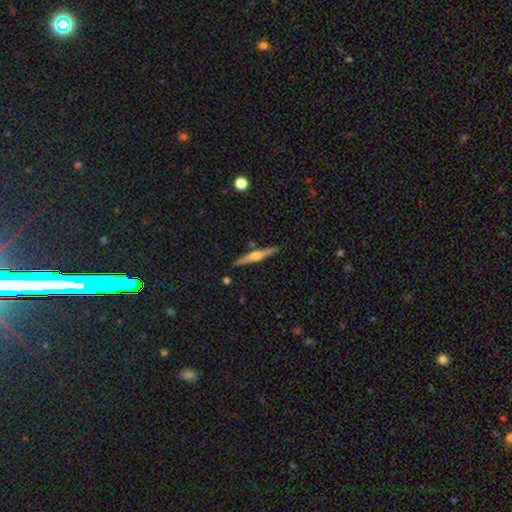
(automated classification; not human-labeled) Smooth or featured?
  - featured or disk: 64% *
  - smooth: 30%
  - star or artifact: 6%
Edge-on disk?
  - yes: 98% *
  - no: 2%
Edge-on bulge?
  - rounded: 88% *
  - none: 7%
  - boxy: 6%
Merging?
  - none: 88% *
  - minor disturbance: 8%
  - merger: 3%
  - major disturbance: 2%